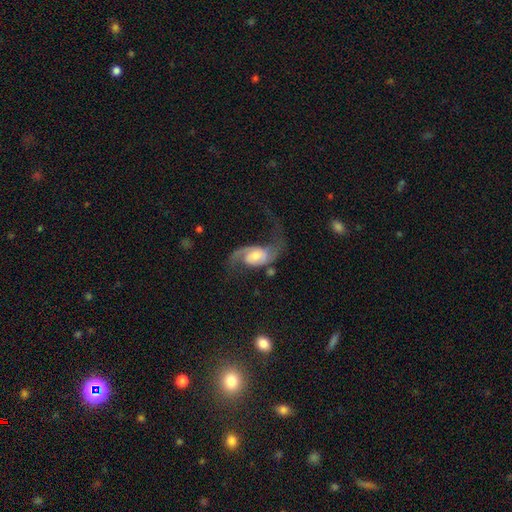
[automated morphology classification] Smooth or featured?
  - featured or disk: 83% *
  - smooth: 11%
  - star or artifact: 6%
Edge-on disk?
  - no: 96% *
  - yes: 4%
Bar?
  - no: 55% *
  - weak: 33%
  - strong: 12%
Spiral arms?
  - yes: 95% *
  - no: 5%
Spiral winding?
  - loose: 70% *
  - medium: 24%
  - tight: 6%
Spiral arm count?
  - 2: 88% *
  - 1: 6%
  - can't tell: 3%
  - 3: 1%
  - 4: 1%
  - more than 4: 1%
Bulge size?
  - moderate: 56% *
  - small: 27%
  - large: 12%
  - none: 3%
  - dominant: 2%
Merging?
  - none: 48% *
  - major disturbance: 30%
  - minor disturbance: 17%
  - merger: 5%